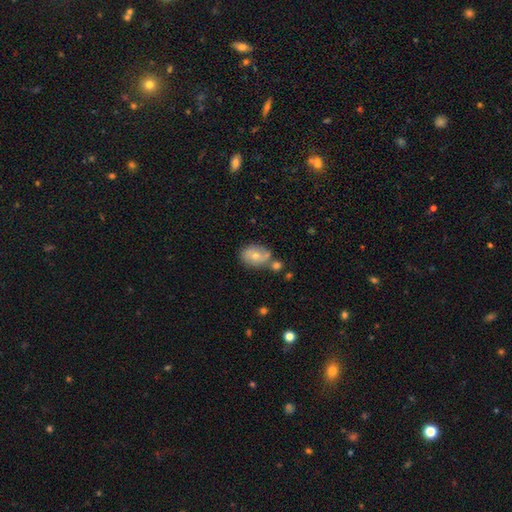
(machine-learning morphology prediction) The model was most divided on "smooth or featured": smooth: 60%, featured or disk: 32%, star or artifact: 8%. More confident: how rounded — in between (69%); merging — none (55%).